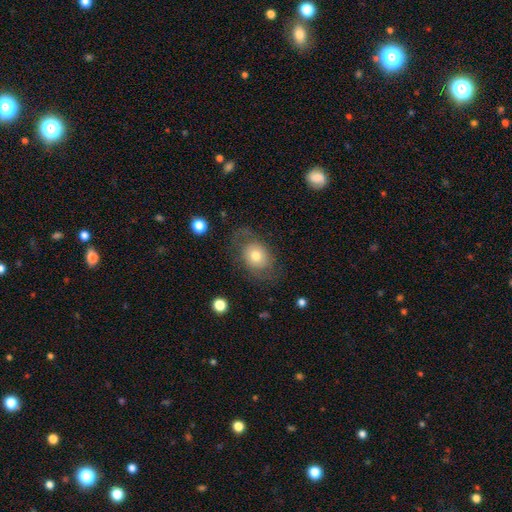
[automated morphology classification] This appears to be a smooth galaxy with no disk features (65%) that is in between round and cigar-shaped (56%). Merging: none (61%).